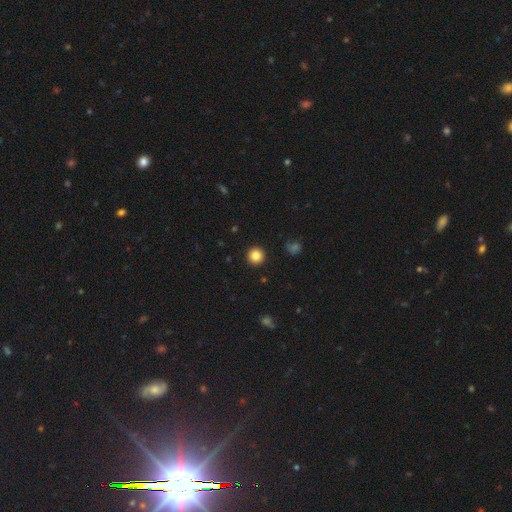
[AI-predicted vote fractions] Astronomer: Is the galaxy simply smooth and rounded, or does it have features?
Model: smooth — 86%.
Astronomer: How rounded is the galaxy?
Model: round — 96%.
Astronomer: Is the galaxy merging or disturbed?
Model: none — 93%.